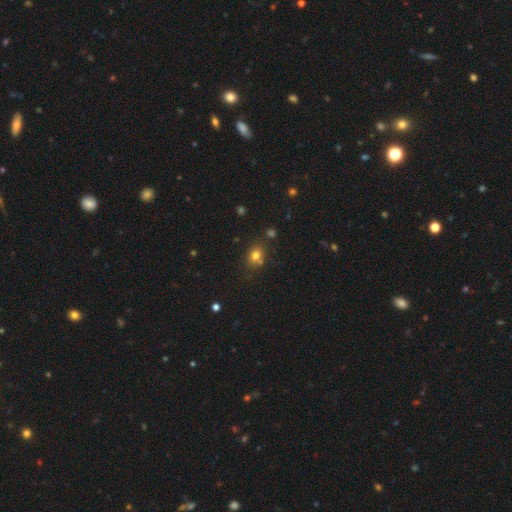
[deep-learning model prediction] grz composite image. It shows a smooth galaxy with no disk features (76%) that is round (66%). Merging: none (71%).